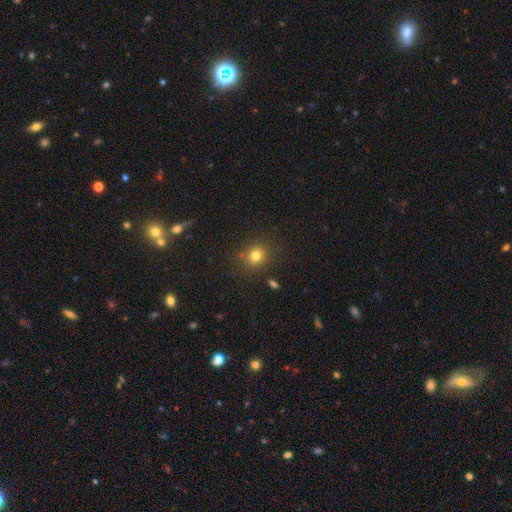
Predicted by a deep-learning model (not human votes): smooth_or_featured: smooth (p=0.79) [alt: star or artifact p=0.14]
how_rounded: round (p=0.81) [alt: in between p=0.18]
merging: none (p=0.83) [alt: minor disturbance p=0.10]